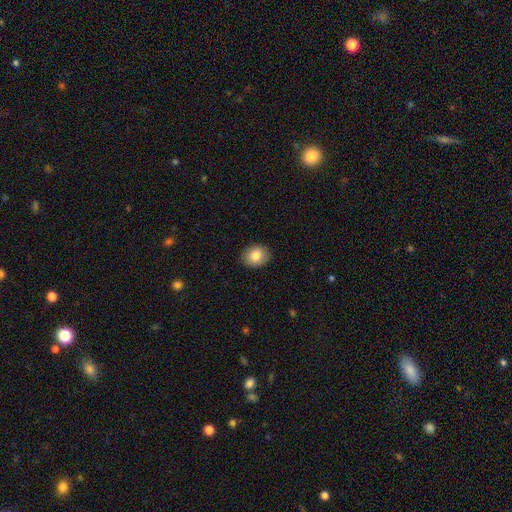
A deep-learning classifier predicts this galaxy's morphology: Smooth or featured? smooth (83%)
How rounded? round (56%)
Merging? none (90%)